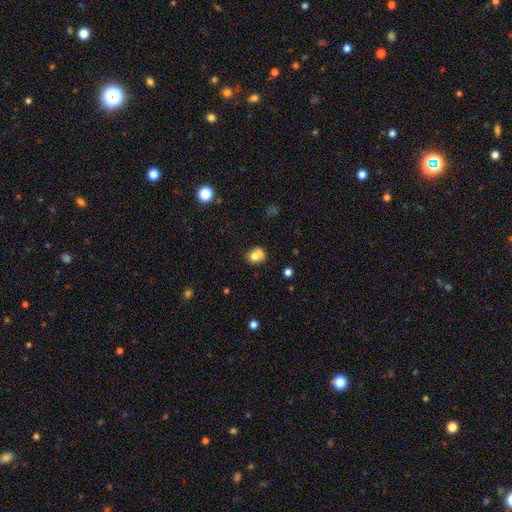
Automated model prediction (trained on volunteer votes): This appears to be a smooth galaxy with no disk features (73%) that is round (64%). Merging: none (40%).